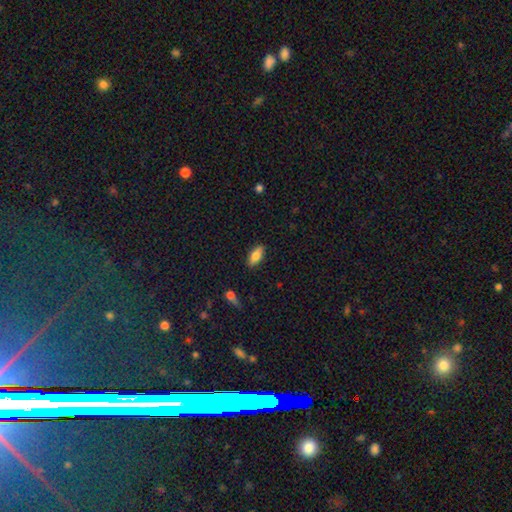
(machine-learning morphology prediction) This is likely a smooth galaxy (76%). How rounded: clearly in between (80%). Merging: clearly none (87%).